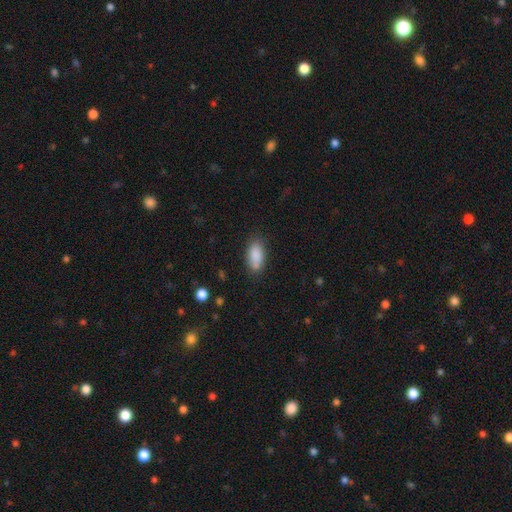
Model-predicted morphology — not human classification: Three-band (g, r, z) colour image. It shows a smooth galaxy with no disk features (86%) that is in between round and cigar-shaped (88%). Merging: none (74%).